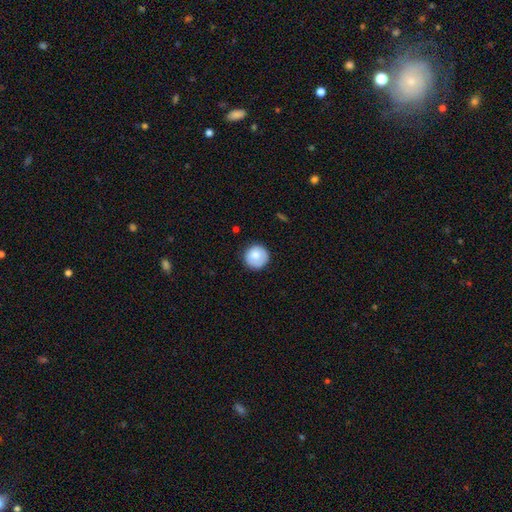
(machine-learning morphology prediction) type=smooth (83%); roundness=round (95%); merging=none (85%).